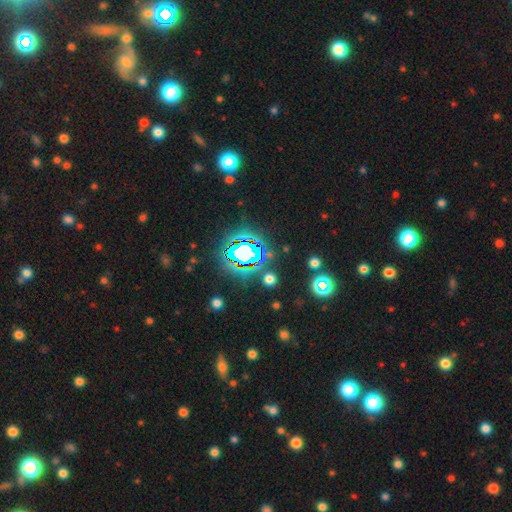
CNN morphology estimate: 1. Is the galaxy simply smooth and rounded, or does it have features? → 79% star or artifact, 13% smooth, 8% featured or disk.